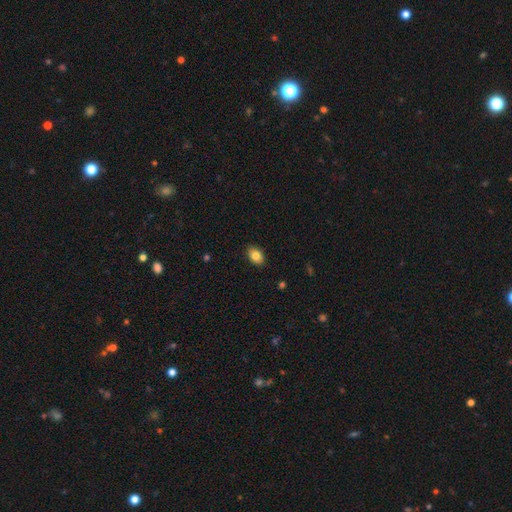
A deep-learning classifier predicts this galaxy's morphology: This is clearly a smooth galaxy (84%). How rounded: clearly in between (82%). Merging: clearly none (88%).